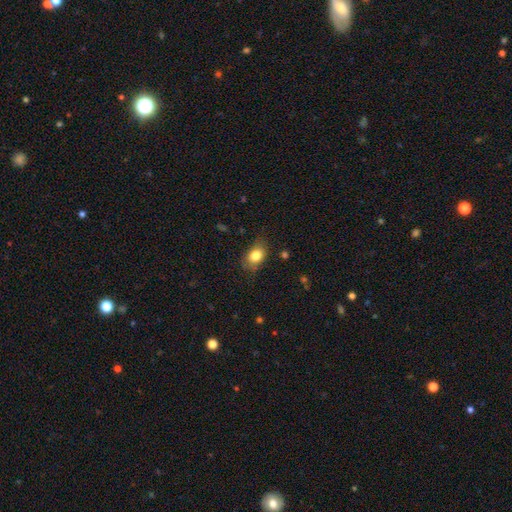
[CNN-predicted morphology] A smooth galaxy with no disk features (82%) that is in between round and cigar-shaped (73%). Merging: none (75%).